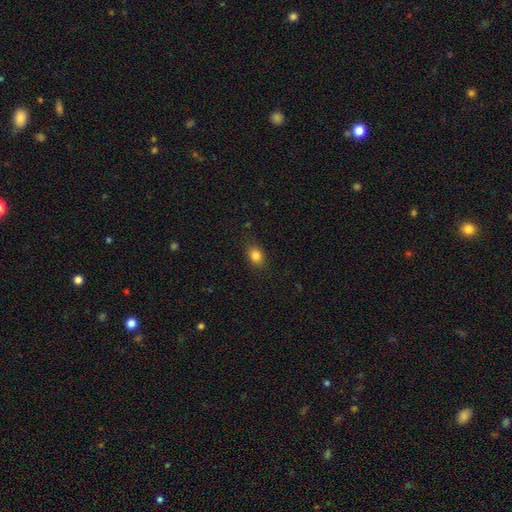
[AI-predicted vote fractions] Smooth or featured? smooth (84%)
How rounded? in between (64%)
Merging? none (85%)